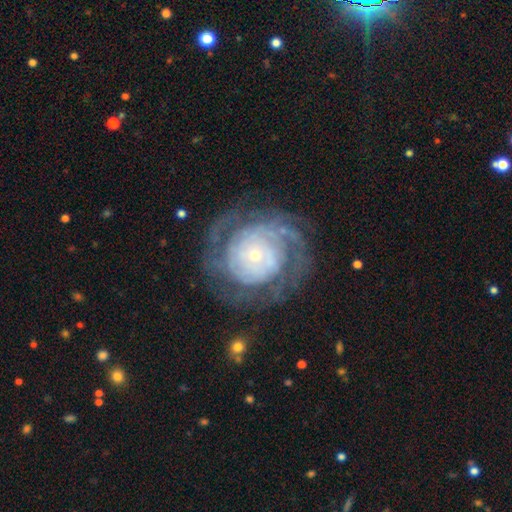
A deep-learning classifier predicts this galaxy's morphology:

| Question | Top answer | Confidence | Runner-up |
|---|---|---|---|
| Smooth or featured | featured or disk | 84% | smooth (10%) |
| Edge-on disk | no | 97% | yes (3%) |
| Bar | no | 80% | weak (15%) |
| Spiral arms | yes | 92% | no (8%) |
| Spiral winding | tight | 72% | medium (21%) |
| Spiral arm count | can't tell | 37% | 2 (18%) |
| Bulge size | small | 75% | moderate (20%) |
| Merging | none | 70% | minor disturbance (16%) |